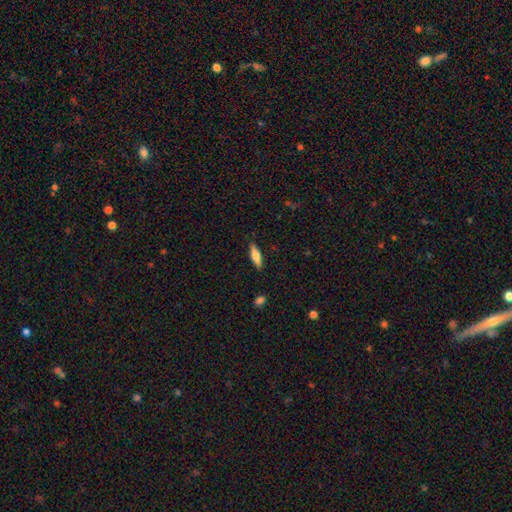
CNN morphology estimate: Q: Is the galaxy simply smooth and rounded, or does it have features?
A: smooth — 65%.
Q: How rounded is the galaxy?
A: cigar-shaped — 56%.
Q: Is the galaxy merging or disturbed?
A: none — 87%.